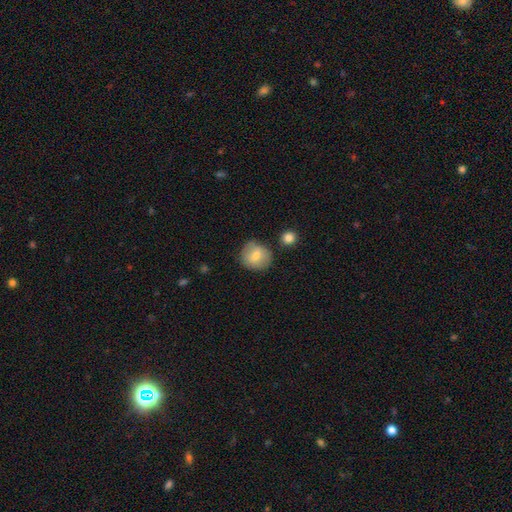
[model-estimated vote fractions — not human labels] Overall: smooth (73%). How rounded: round (87%). Merging: none (77%).